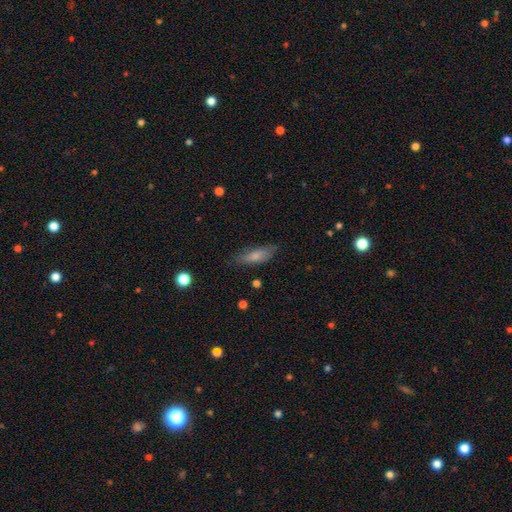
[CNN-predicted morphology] smooth 76%, featured or disk 17%, star or artifact 7%. Down the decision tree: how rounded — in between (55%); merging — none (74%).